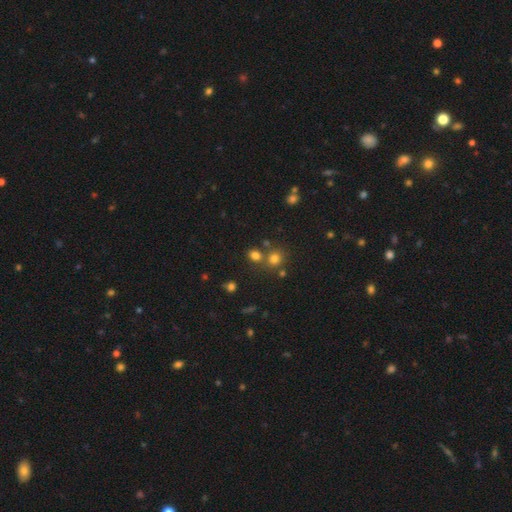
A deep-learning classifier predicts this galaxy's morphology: smooth 73%, star or artifact 19%, featured or disk 8%. Down the decision tree: how rounded — round (61%); merging — none (64%).